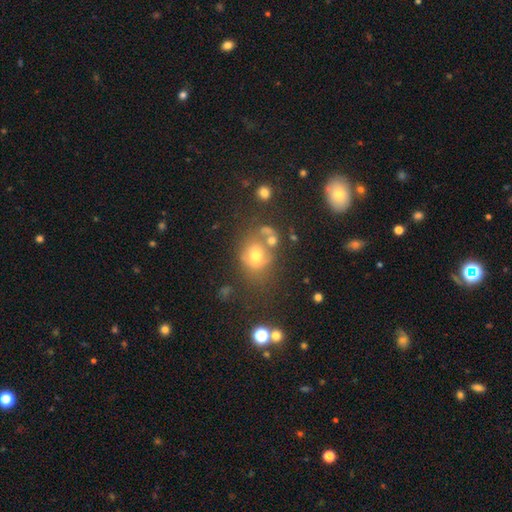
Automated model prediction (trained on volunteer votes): This appears to be a smooth galaxy with no disk features (57%) that is round (63%). Merging: none (59%).